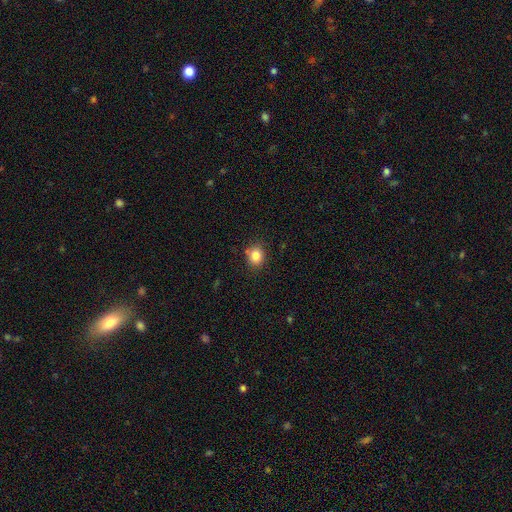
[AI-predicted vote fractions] smooth 84%, star or artifact 11%, featured or disk 6%. Down the decision tree: how rounded — round (68%); merging — none (81%).